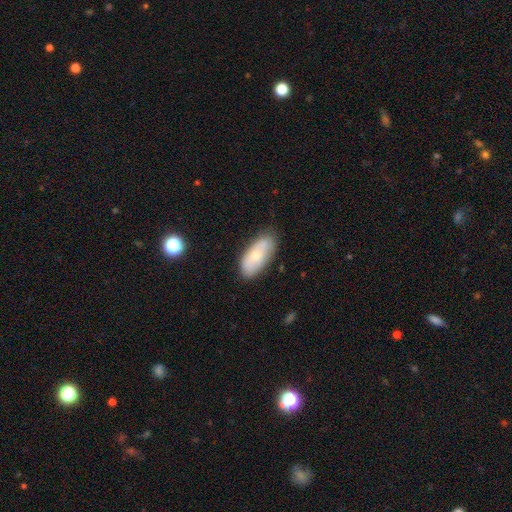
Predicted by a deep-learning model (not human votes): Smooth or featured? smooth (60%)
How rounded? in between (88%)
Merging? none (77%)